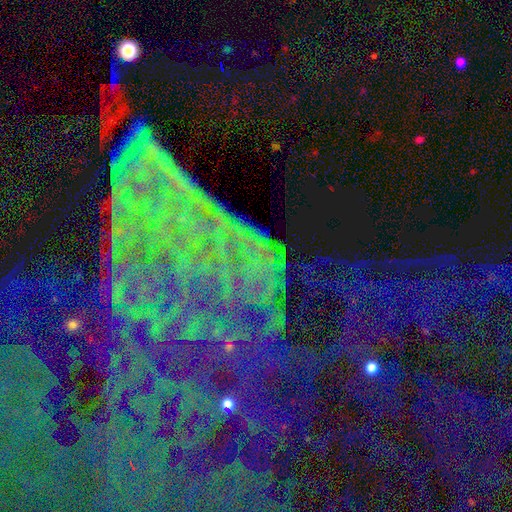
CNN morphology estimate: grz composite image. It shows a star or artifact, not a galaxy (77%).